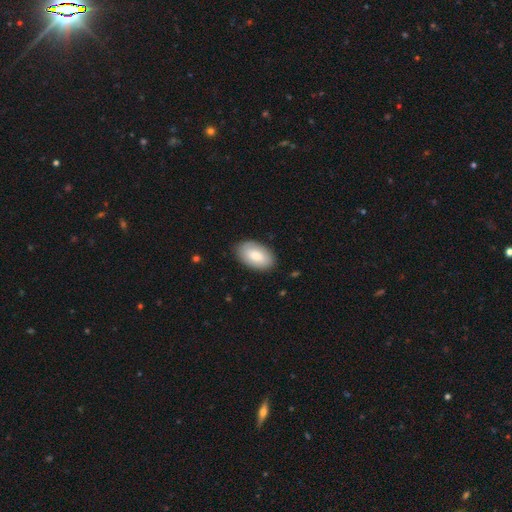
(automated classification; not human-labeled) A smooth galaxy with no disk features (81%) that is in between round and cigar-shaped (95%). Merging: none (86%).